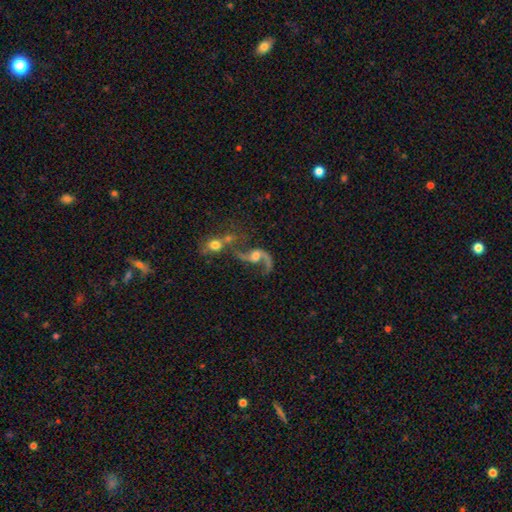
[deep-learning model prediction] Q: Smooth or featured?
A: featured or disk (80%); runner-up: smooth (10%)
Q: Edge-on disk?
A: no (96%); runner-up: yes (4%)
Q: Bar?
A: no (53%); runner-up: weak (35%)
Q: Spiral arms?
A: yes (91%); runner-up: no (9%)
Q: Spiral winding?
A: loose (75%); runner-up: medium (21%)
Q: Spiral arm count?
A: 2 (73%); runner-up: 1 (20%)
Q: Bulge size?
A: moderate (49%); runner-up: small (28%)
Q: Merging?
A: merger (48%); runner-up: none (25%)